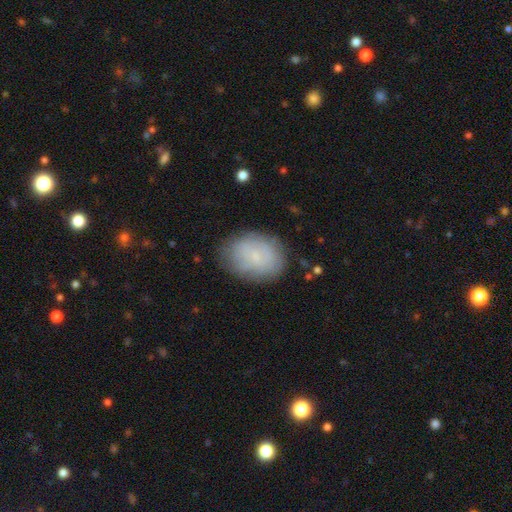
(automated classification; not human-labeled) Q: Smooth or featured?
A: smooth (65%); runner-up: featured or disk (27%)
Q: How rounded?
A: in between (67%); runner-up: round (32%)
Q: Merging?
A: none (76%); runner-up: minor disturbance (17%)